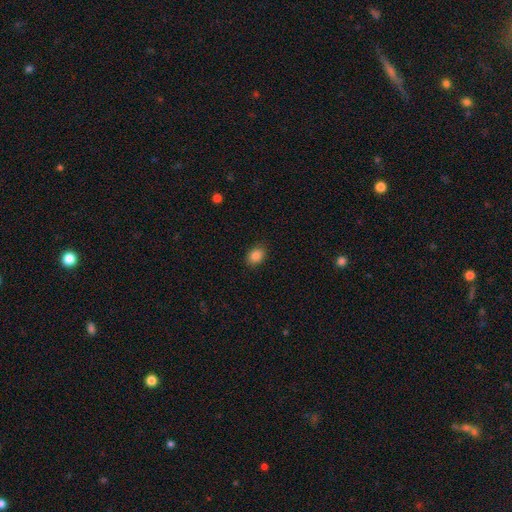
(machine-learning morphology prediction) This is clearly a smooth galaxy (86%). How rounded: likely in between (74%). Merging: clearly none (87%).